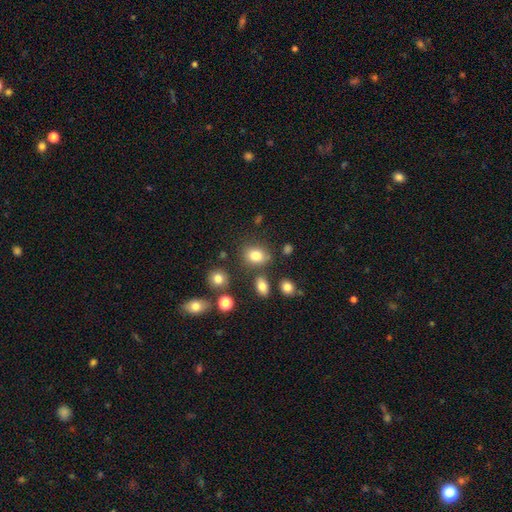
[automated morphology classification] Overall: smooth (81%). How rounded: in between (56%; round 43%). Merging: none (72%).